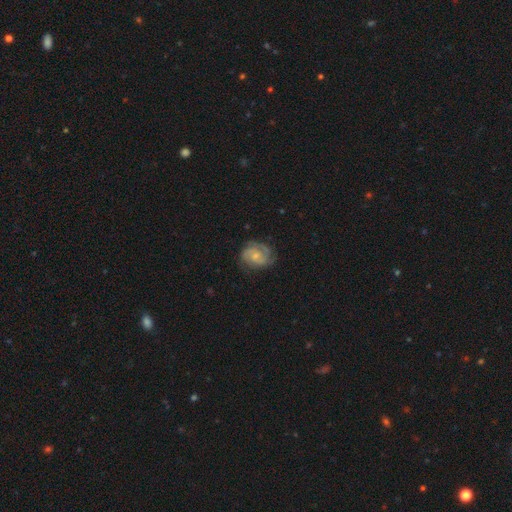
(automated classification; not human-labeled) The model was most divided on "spiral winding": tight: 54%, medium: 37%, loose: 9%. Remaining: edge-on disk — no (98%); spiral arms — yes (95%); smooth or featured — featured or disk (79%); merging — none (73%); bar — no (65%); bulge size — small (60%); spiral arm count — 2 (47%).